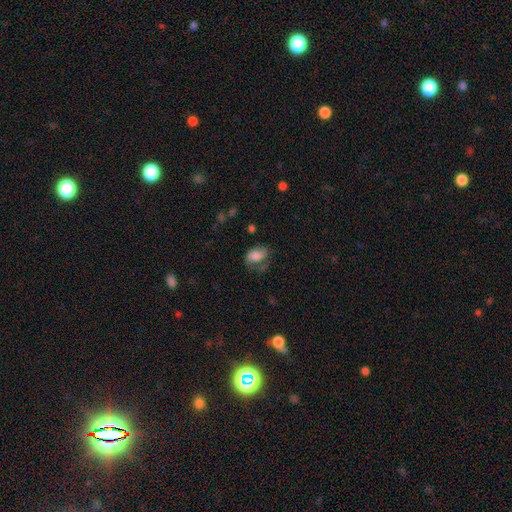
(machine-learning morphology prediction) smooth-or-featured: smooth: 64% | featured or disk: 27% | star or artifact: 9%
  how-rounded: in between: 80% | round: 19% | cigar-shaped: 2%
  merging: none: 39% | major disturbance: 29% | minor disturbance: 29% | merger: 3%